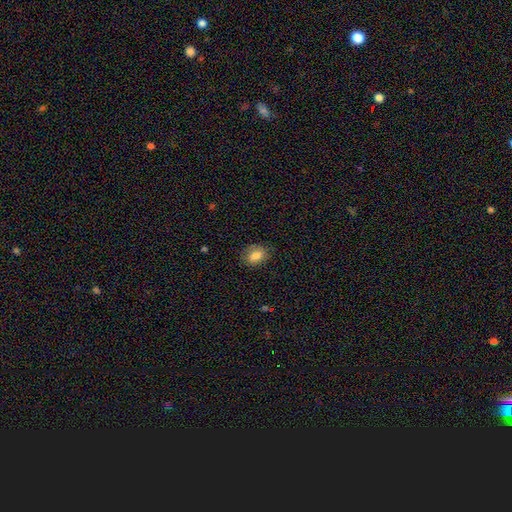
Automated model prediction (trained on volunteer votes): A smooth galaxy with no disk features (84%) that is in between round and cigar-shaped (78%). Merging: none (78%).